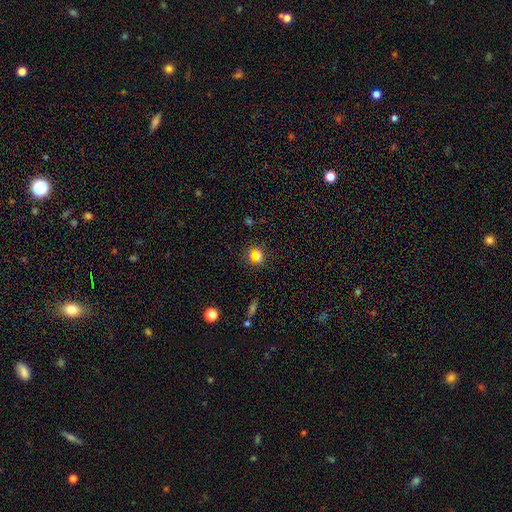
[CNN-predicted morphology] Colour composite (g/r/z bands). It shows a smooth galaxy with no disk features (58%) that is round (81%). Merging: none (81%).